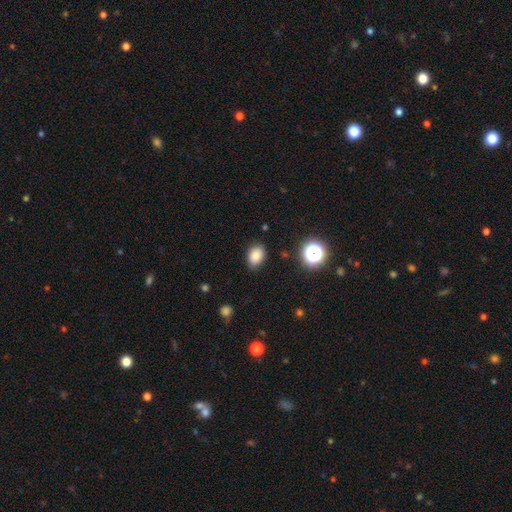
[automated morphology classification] A smooth galaxy with no disk features (83%) that is in between round and cigar-shaped (74%). Merging: none (80%).